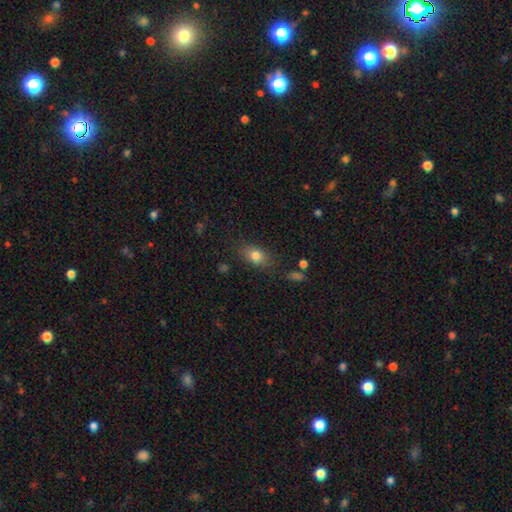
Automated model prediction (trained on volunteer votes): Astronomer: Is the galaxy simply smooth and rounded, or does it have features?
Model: smooth — 79%.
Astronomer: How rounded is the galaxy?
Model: in between — 75%.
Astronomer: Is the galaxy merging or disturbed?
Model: none — 77%.